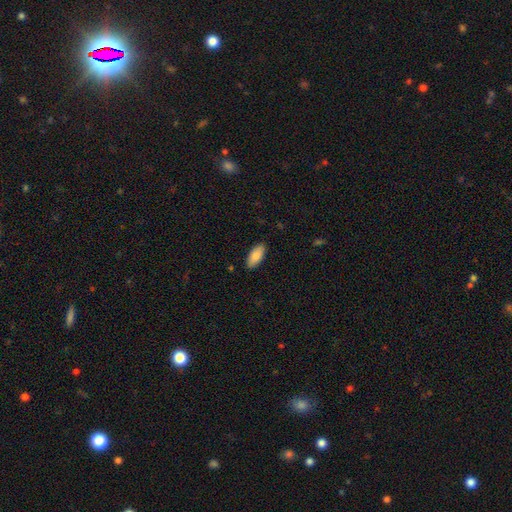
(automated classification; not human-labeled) Q: Smooth or featured?
A: smooth (88%); runner-up: featured or disk (6%)
Q: How rounded?
A: in between (88%); runner-up: cigar-shaped (10%)
Q: Merging?
A: none (89%); runner-up: minor disturbance (8%)